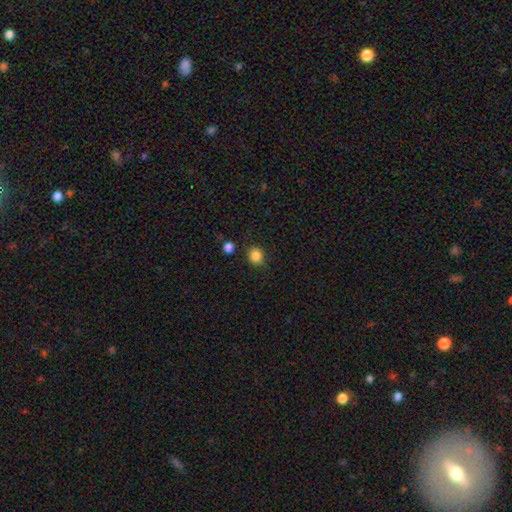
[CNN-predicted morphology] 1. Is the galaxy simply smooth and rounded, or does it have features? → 85% smooth, 11% star or artifact, 4% featured or disk.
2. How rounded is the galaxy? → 83% round, 16% in between, 1% cigar-shaped.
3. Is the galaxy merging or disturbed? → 85% none, 9% minor disturbance, 3% merger, 3% major disturbance.